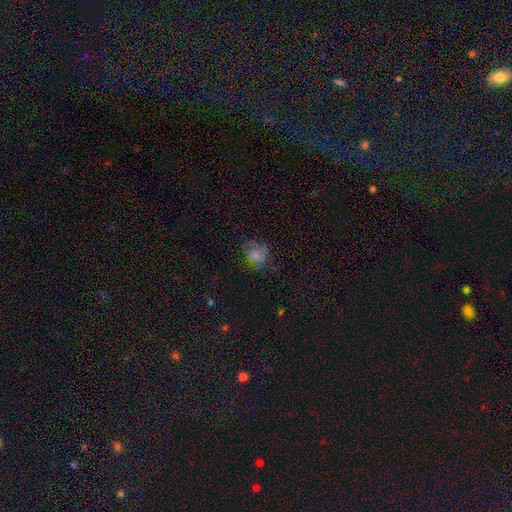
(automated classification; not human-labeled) smooth 68%, featured or disk 19%, star or artifact 12%. Down the decision tree: how rounded — round (62%); merging — none (47%).